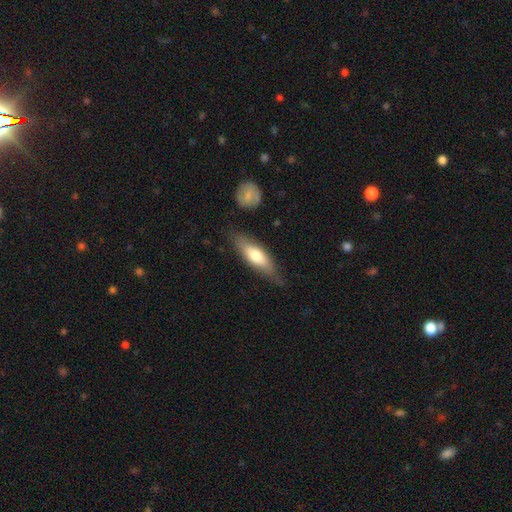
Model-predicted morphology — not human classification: smooth_or_featured: smooth (p=0.63) [alt: featured or disk p=0.31]
how_rounded: in between (p=0.54) [alt: cigar-shaped p=0.44]
merging: none (p=0.69) [alt: minor disturbance p=0.22]